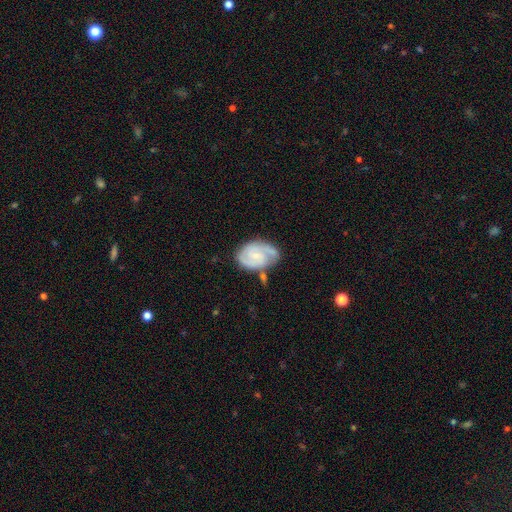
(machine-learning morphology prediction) smooth-or-featured: featured or disk: 80% | smooth: 15% | star or artifact: 5%
  disk-edge-on: no: 98% | yes: 2%
    bar: no: 53% | weak: 41% | strong: 7%
    has-spiral-arms: yes: 96% | no: 4%
      spiral-winding: medium: 45% | tight: 44% | loose: 11%
      spiral-arm-count: 2: 77% | can't tell: 9% | 3: 8% | 1: 3% | 4: 2% | more than 4: 2%
    bulge-size: small: 66% | moderate: 20% | none: 12% | large: 1% | dominant: 1%
  merging: none: 62% | minor disturbance: 22% | merger: 9% | major disturbance: 7%